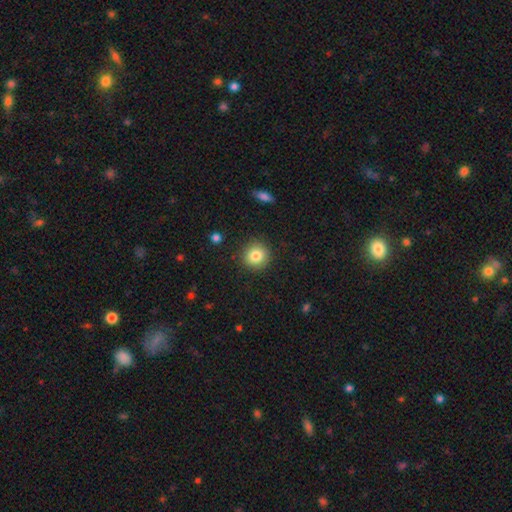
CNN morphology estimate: Smooth or featured? smooth (83%)
How rounded? round (91%)
Merging? none (90%)